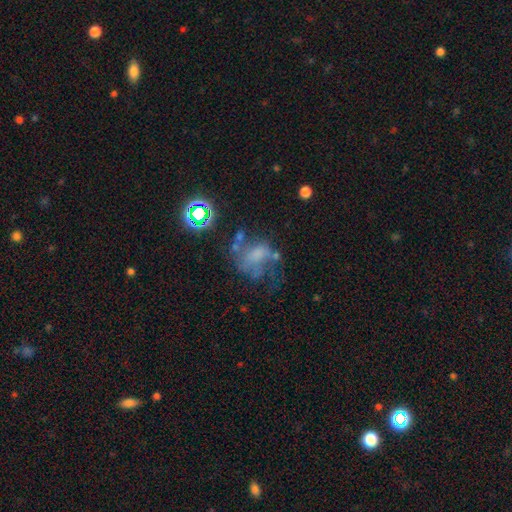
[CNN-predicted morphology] Smooth or featured? featured or disk (42%)
Merging? major disturbance (35%)